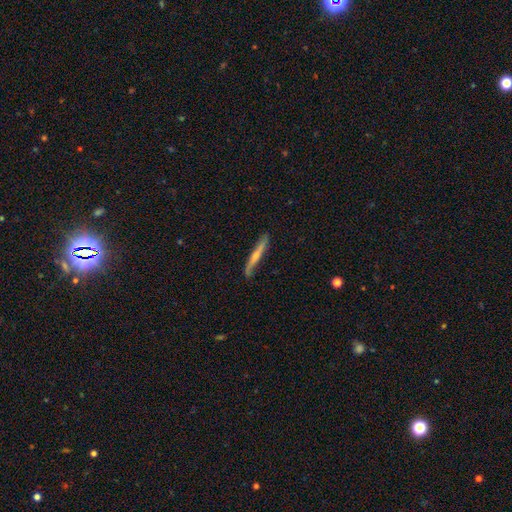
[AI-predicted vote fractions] featured or disk 61%, smooth 33%, star or artifact 6%. Down the decision tree: edge-on disk — yes (89%); edge-on bulge — rounded (66%); merging — none (80%).